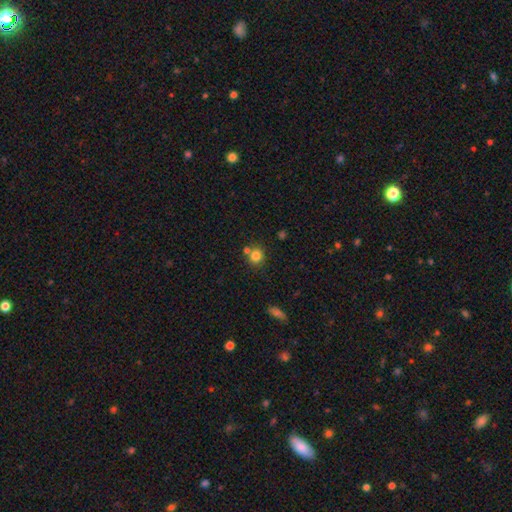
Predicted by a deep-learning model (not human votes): Smooth or featured: smooth — 80% (star or artifact — 12%)
How rounded: round — 82% (in between — 17%)
Merging: none — 65% (merger — 22%)